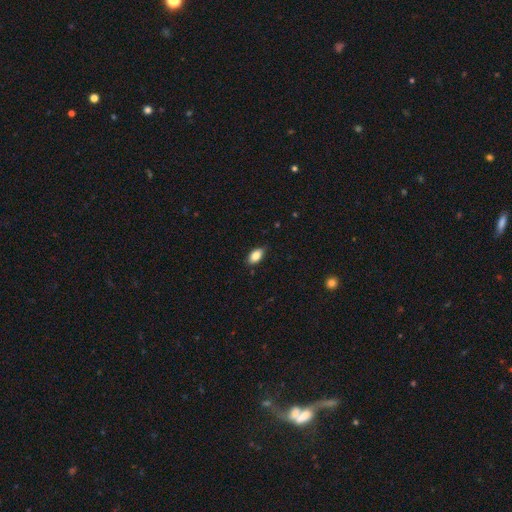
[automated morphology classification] smooth_or_featured: smooth (p=0.86) [alt: star or artifact p=0.07]
how_rounded: in between (p=0.91) [alt: round p=0.05]
merging: none (p=0.84) [alt: minor disturbance p=0.13]